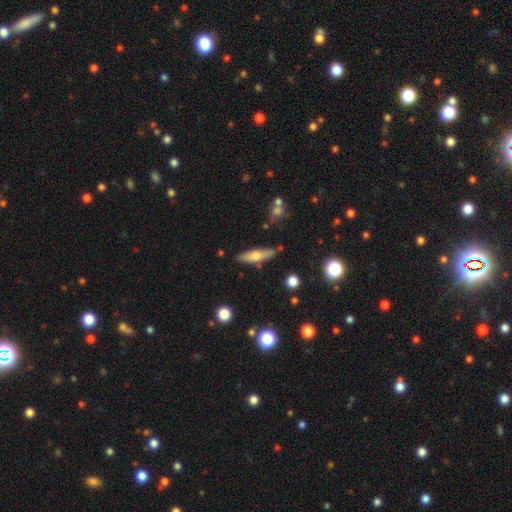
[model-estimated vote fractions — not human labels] A smooth galaxy with no disk features (61%) that is cigar-shaped (63%). Merging: none (80%).